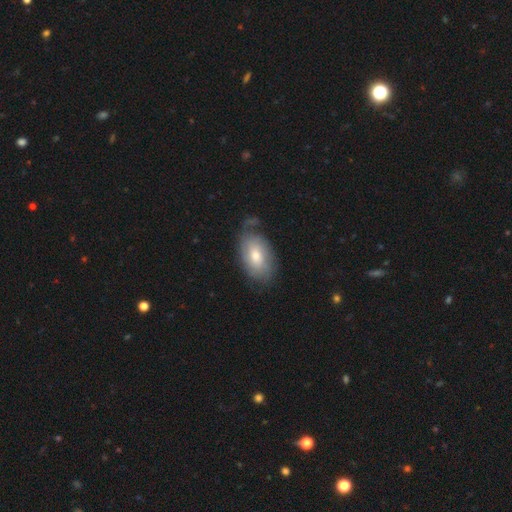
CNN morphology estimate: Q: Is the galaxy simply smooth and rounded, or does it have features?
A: smooth — 51%.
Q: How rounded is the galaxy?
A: in between — 91%.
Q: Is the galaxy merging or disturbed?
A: none — 61%.